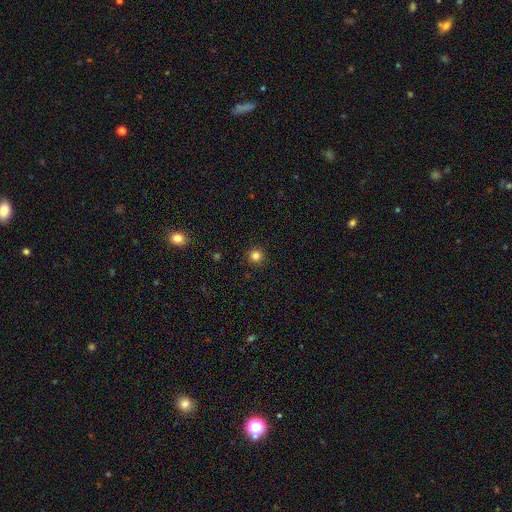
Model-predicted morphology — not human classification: A smooth galaxy with no disk features (83%) that is round (95%). Merging: none (92%).